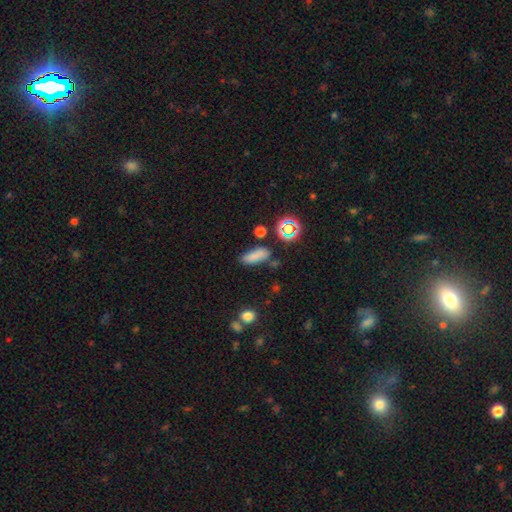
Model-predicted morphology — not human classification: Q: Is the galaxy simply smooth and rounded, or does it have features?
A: smooth — 76%.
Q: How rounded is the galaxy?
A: in between — 65%.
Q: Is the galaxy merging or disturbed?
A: none — 71%.